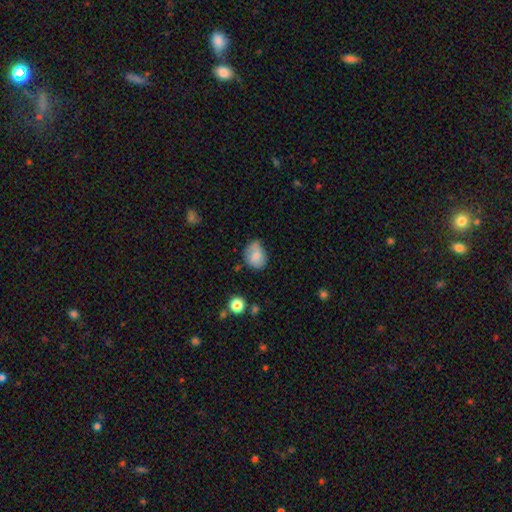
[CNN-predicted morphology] This appears to be a smooth galaxy with no disk features (72%) that is in between round and cigar-shaped (55%). Merging: none (54%).